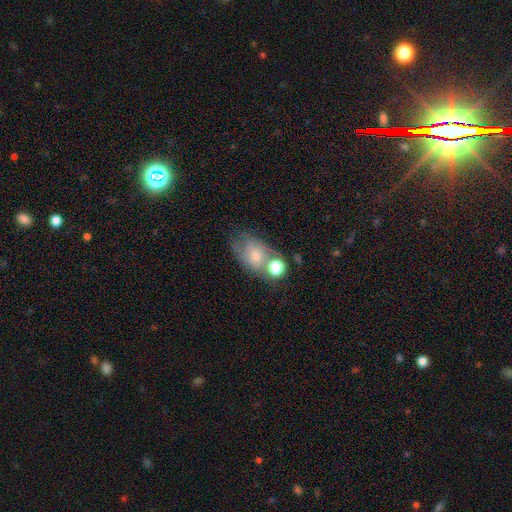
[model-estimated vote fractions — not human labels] smooth_or_featured: smooth (p=0.53) [alt: featured or disk p=0.36]
how_rounded: in between (p=0.70) [alt: round p=0.28]
merging: none (p=0.36) [alt: merger p=0.33]